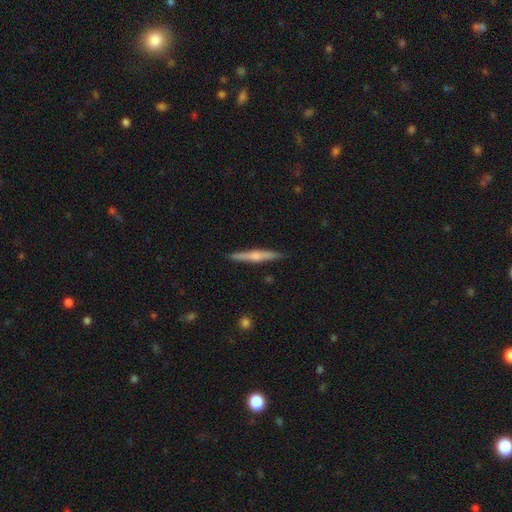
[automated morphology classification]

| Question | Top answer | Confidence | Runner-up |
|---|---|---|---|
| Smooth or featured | featured or disk | 57% | smooth (37%) |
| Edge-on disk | yes | 97% | no (3%) |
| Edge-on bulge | rounded | 75% | none (16%) |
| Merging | none | 90% | minor disturbance (7%) |